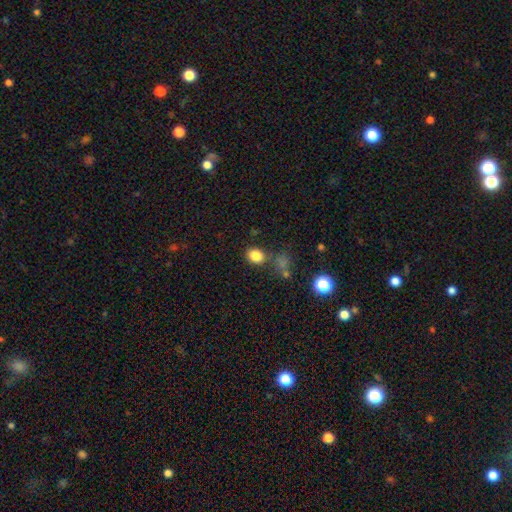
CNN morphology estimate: This is clearly a smooth galaxy (83%). How rounded: possibly in between (51%). Merging: likely none (72%).